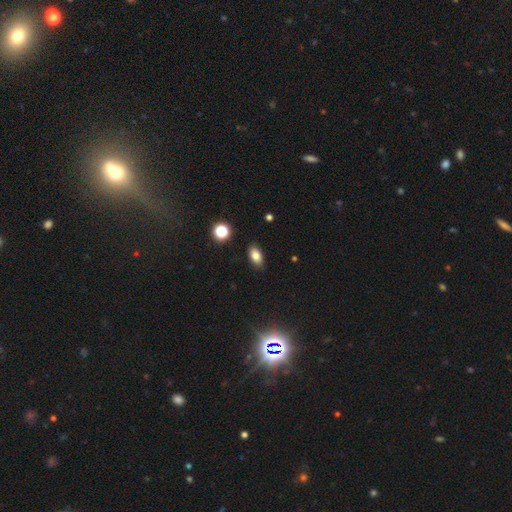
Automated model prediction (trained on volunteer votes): Smooth or featured: smooth — 80% (star or artifact — 11%)
How rounded: in between — 88% (round — 9%)
Merging: none — 85% (minor disturbance — 11%)